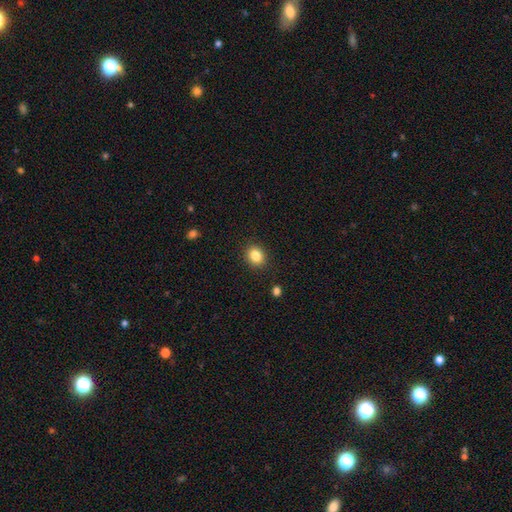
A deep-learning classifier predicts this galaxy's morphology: A smooth galaxy with no disk features (85%) that is round (65%).

Vote fractions:
- Smooth or featured? smooth: 85% / star or artifact: 10% / featured or disk: 5%
- How rounded? round: 65% / in between: 34% / cigar-shaped: 1%
- Merging? none: 90% / minor disturbance: 7% / major disturbance: 2% / merger: 1%